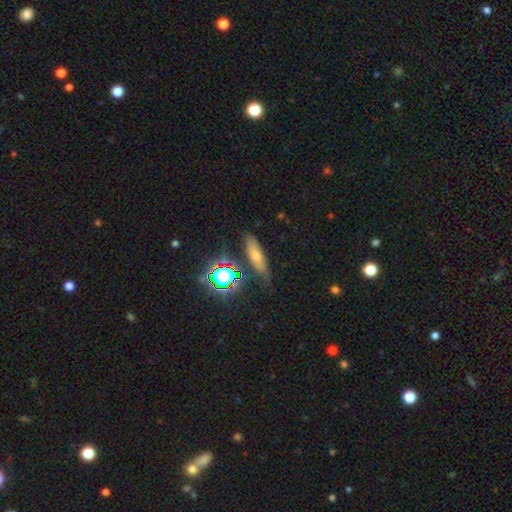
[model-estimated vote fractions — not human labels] Smooth or featured? Predicted: smooth (p=0.45). Merging? Predicted: none (p=0.74).